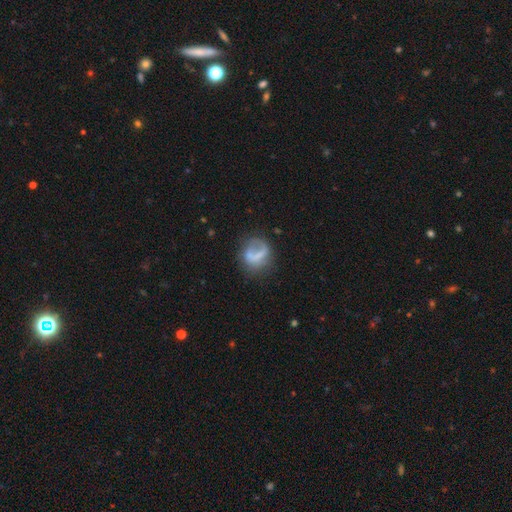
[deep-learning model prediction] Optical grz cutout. It shows a smooth galaxy with no disk features (54%) that is round (71%). Merging: none (42%).